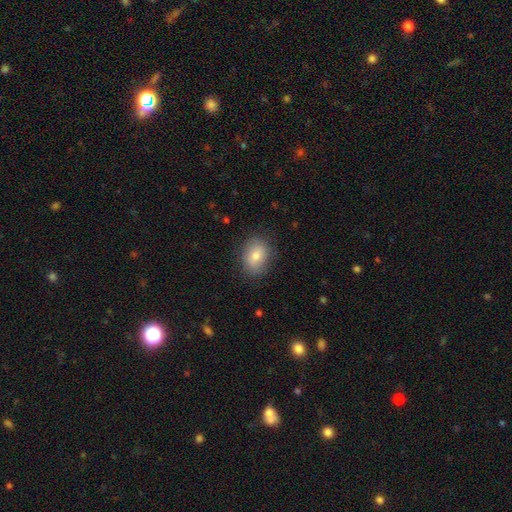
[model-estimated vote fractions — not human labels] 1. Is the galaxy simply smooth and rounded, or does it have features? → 75% smooth, 16% featured or disk, 9% star or artifact.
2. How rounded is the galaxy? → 67% in between, 32% round, 1% cigar-shaped.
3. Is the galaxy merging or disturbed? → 83% none, 12% minor disturbance, 3% major disturbance, 1% merger.